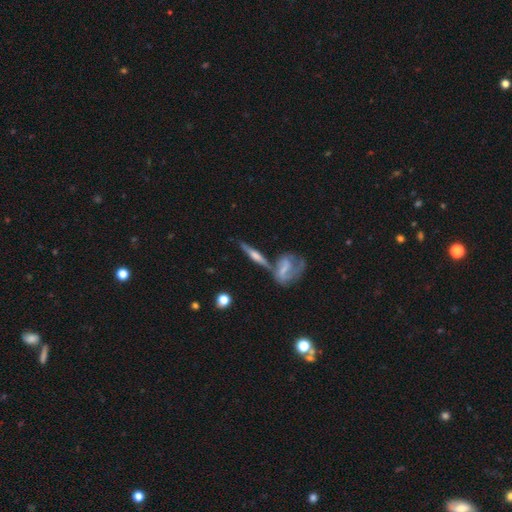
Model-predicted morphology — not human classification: This appears to be a featured or disk galaxy (74%) viewed edge-on (89%) with a rounded central bulge (84%). Merging: none (62%).